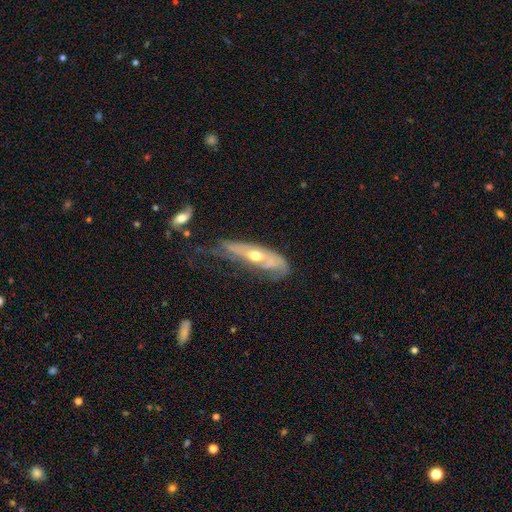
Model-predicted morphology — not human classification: Smooth or featured? featured or disk (71%)
Edge-on disk? no (71%)
Bar? no (73%)
Spiral arms? yes (69%)
Bulge size? moderate (71%)
Merging? none (36%)